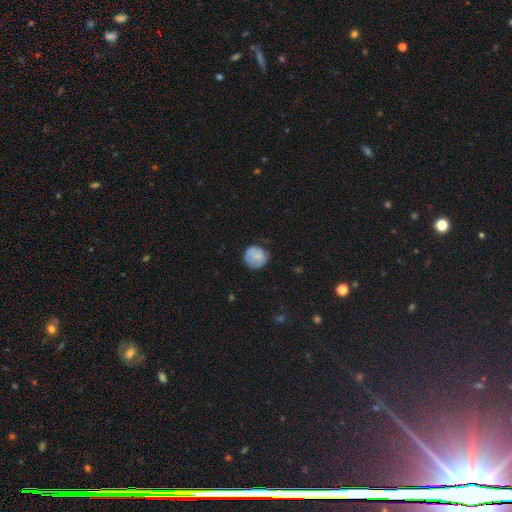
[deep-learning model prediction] Overall: smooth (76%). How rounded: round (89%). Merging: none (72%).